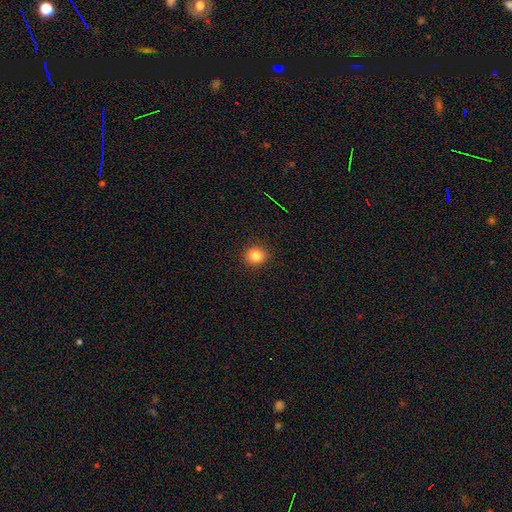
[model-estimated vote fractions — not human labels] Morphology: type=smooth (83%); roundness=round (81%); merging=none (91%).